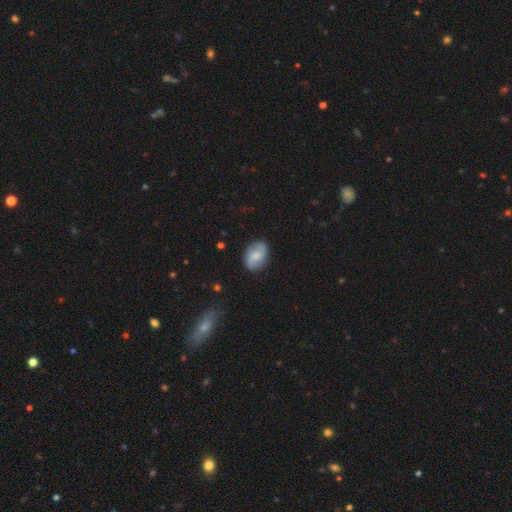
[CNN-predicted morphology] featured or disk 47%, smooth 46%, star or artifact 7%. Down the decision tree: merging — none (83%).